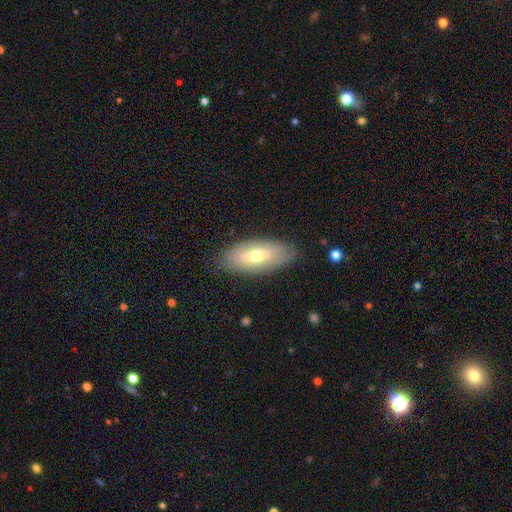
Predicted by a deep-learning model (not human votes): Smooth or featured?
  - smooth: 49% *
  - featured or disk: 44%
  - star or artifact: 7%
Merging?
  - none: 83% *
  - minor disturbance: 12%
  - major disturbance: 3%
  - merger: 1%